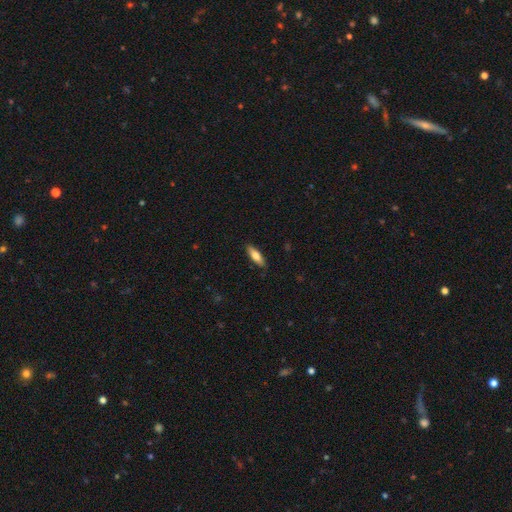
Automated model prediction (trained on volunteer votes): smooth-or-featured: smooth: 71% | featured or disk: 23% | star or artifact: 6%
  how-rounded: cigar-shaped: 50% | in between: 48% | round: 2%
  merging: none: 88% | minor disturbance: 9% | major disturbance: 2% | merger: 1%